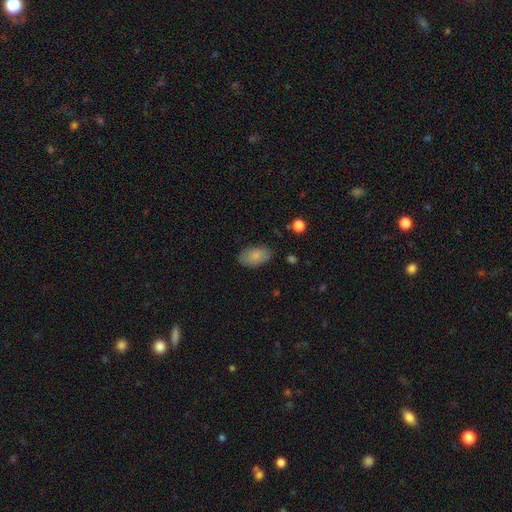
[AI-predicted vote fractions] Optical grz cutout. It shows a smooth galaxy with no disk features (83%) that is in between round and cigar-shaped (92%). Merging: none (78%).